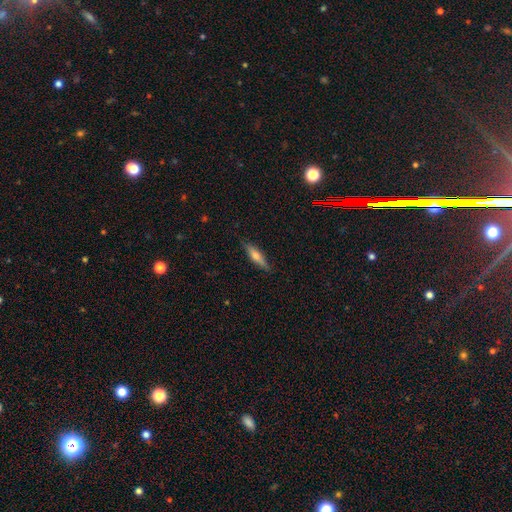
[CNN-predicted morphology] A smooth galaxy with no disk features (57%) that is cigar-shaped (76%).

Vote fractions:
- Smooth or featured? smooth: 57% / featured or disk: 36% / star or artifact: 7%
- How rounded? cigar-shaped: 76% / in between: 22% / round: 2%
- Merging? none: 85% / minor disturbance: 12% / major disturbance: 2% / merger: 1%